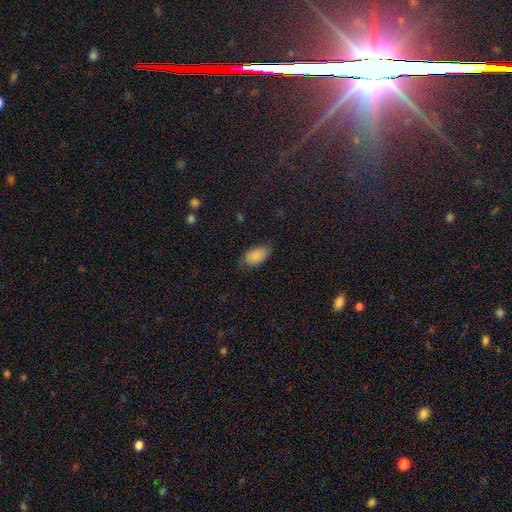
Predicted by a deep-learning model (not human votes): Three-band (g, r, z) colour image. It shows a smooth galaxy with no disk features (86%) that is in between round and cigar-shaped (94%). Merging: none (72%).